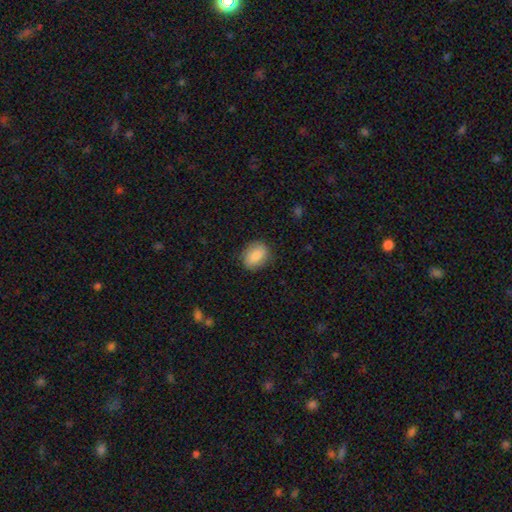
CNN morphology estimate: type=smooth (85%); roundness=in between (61%); merging=none (84%).